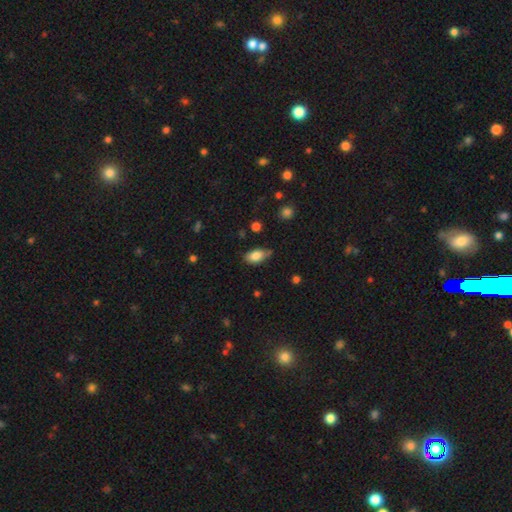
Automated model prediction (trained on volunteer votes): Smooth or featured: smooth — 83% (featured or disk — 9%)
How rounded: in between — 91% (round — 5%)
Merging: none — 62% (minor disturbance — 29%)